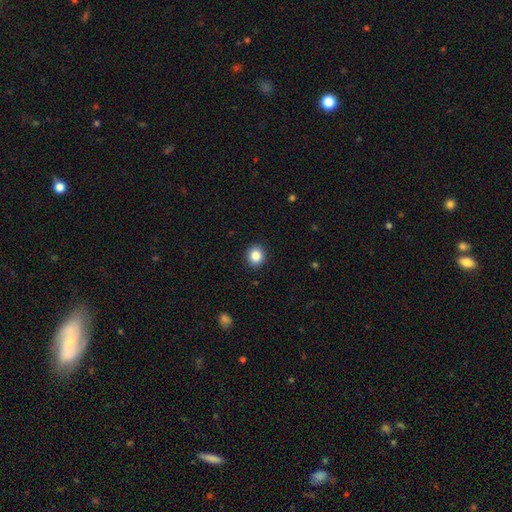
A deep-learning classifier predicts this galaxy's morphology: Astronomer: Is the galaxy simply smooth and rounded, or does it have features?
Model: smooth — 85%.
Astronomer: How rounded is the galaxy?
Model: round — 77%.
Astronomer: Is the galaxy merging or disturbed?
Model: none — 91%.